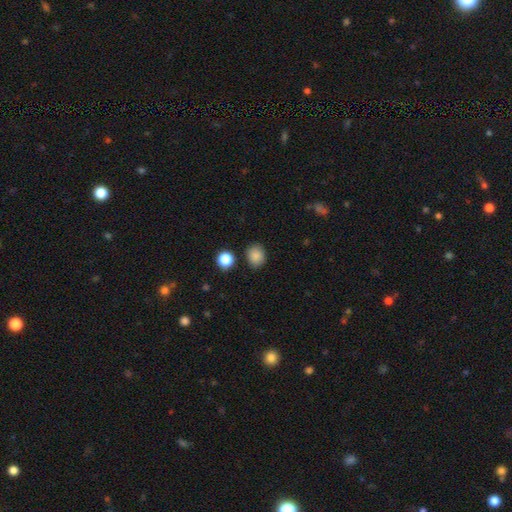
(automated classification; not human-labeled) This is clearly a smooth galaxy (87%). How rounded: possibly round (56%). Merging: clearly none (83%).